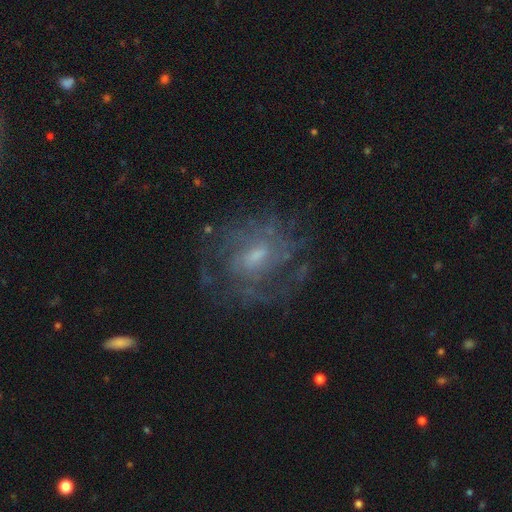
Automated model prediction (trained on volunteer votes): A featured or disk galaxy (75%) with a weak bar (50%), tight (46%) spiral arms (80%) and a small central bulge (47%).

Vote fractions:
- Smooth or featured? featured or disk: 75% / smooth: 15% / star or artifact: 10%
- Edge-on disk? no: 97% / yes: 3%
- Bar? weak: 50% / no: 41% / strong: 9%
- Spiral arms? yes: 80% / no: 20%
- Spiral winding? tight: 46% / medium: 38% / loose: 16%
- Spiral arm count? can't tell: 52% / 2: 15% / 3: 12% / 4: 10% / more than 4: 5% / 1: 5%
- Bulge size? small: 47% / moderate: 40% / none: 8% / large: 4% / dominant: 1%
- Merging? none: 67% / minor disturbance: 17% / major disturbance: 15% / merger: 2%